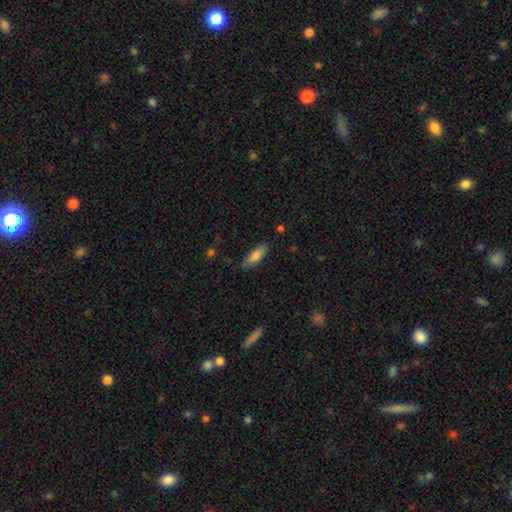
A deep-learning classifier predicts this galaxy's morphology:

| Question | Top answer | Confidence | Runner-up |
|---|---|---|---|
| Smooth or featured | smooth | 80% | featured or disk (14%) |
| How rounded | in between | 55% | cigar-shaped (43%) |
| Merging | none | 82% | minor disturbance (13%) |